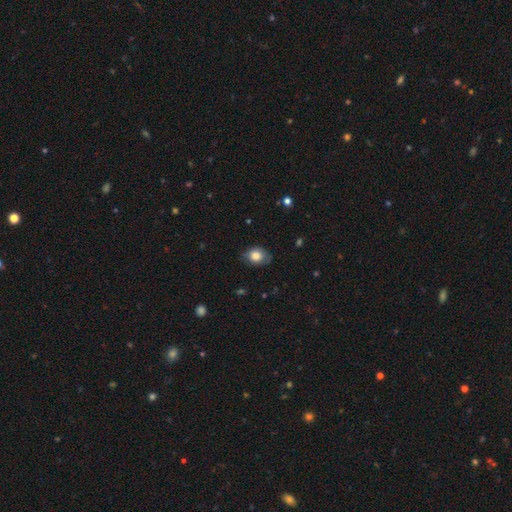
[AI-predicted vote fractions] Smooth or featured? Predicted: smooth (p=0.80). How rounded? Predicted: in between (p=0.64). Merging? Predicted: none (p=0.72).